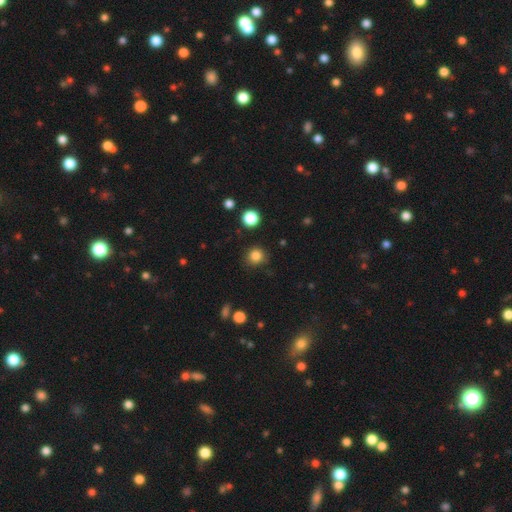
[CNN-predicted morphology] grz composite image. It shows a smooth galaxy with no disk features (83%) that is round (91%). Merging: none (87%).